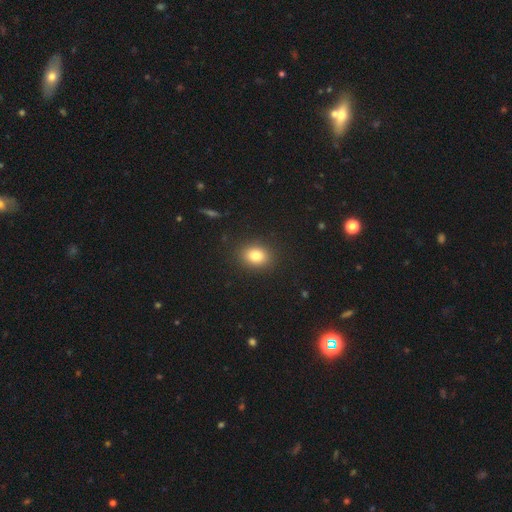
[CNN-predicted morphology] smooth-or-featured: smooth: 82% | star or artifact: 11% | featured or disk: 8%
  how-rounded: in between: 53% | round: 46% | cigar-shaped: 1%
  merging: none: 89% | minor disturbance: 8% | major disturbance: 3% | merger: 1%